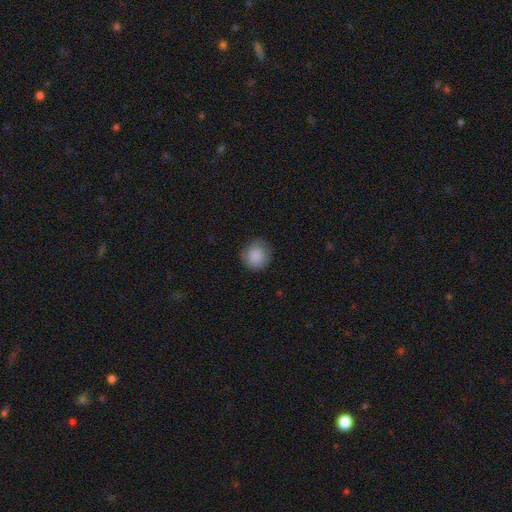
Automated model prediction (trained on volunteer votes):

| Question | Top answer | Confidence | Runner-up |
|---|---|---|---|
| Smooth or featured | smooth | 87% | star or artifact (7%) |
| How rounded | round | 85% | in between (14%) |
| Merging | none | 78% | minor disturbance (17%) |